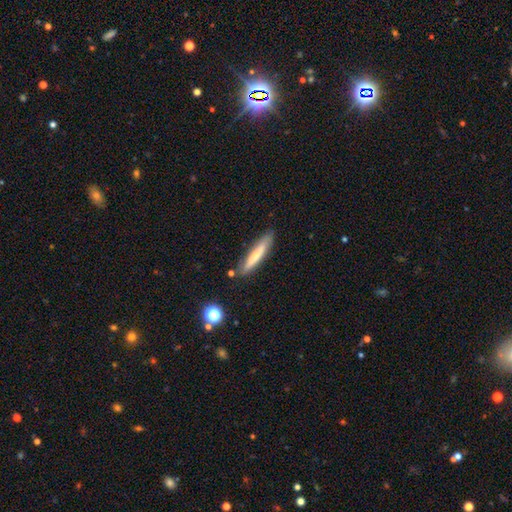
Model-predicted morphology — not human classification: Smooth or featured: smooth — 56% (featured or disk — 37%)
How rounded: cigar-shaped — 89% (in between — 10%)
Merging: none — 79% (minor disturbance — 14%)